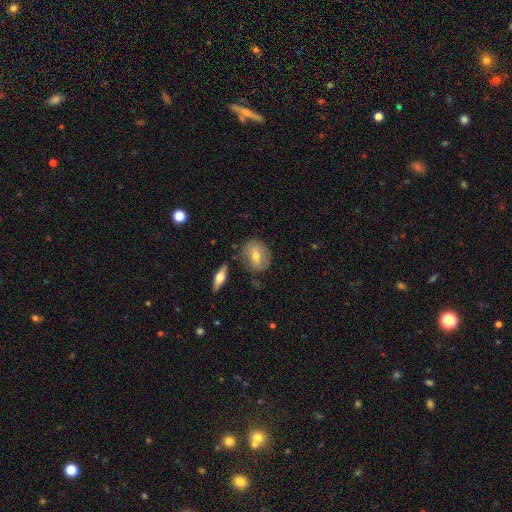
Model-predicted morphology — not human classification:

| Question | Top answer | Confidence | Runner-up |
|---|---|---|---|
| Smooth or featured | smooth | 58% | featured or disk (34%) |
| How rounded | in between | 54% | round (43%) |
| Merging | none | 71% | minor disturbance (19%) |